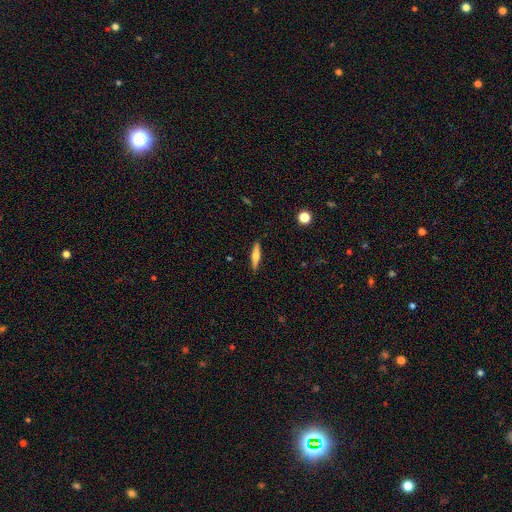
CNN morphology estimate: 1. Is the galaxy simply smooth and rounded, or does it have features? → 54% smooth, 39% featured or disk, 7% star or artifact.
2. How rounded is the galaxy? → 82% cigar-shaped, 16% in between, 2% round.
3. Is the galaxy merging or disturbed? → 90% none, 8% minor disturbance, 2% major disturbance, 1% merger.